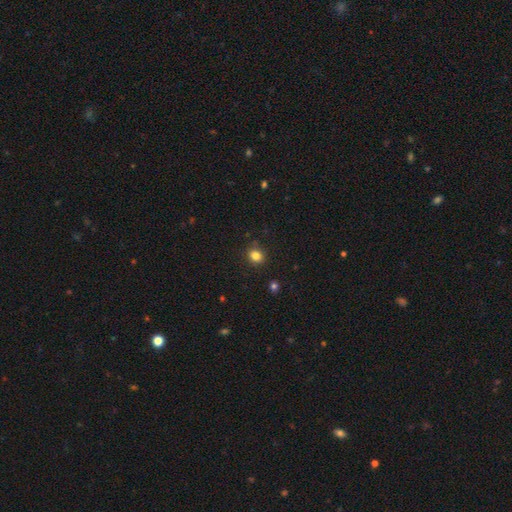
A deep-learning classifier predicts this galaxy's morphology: smooth 82%, star or artifact 13%, featured or disk 5%. Down the decision tree: how rounded — round (78%); merging — none (87%).